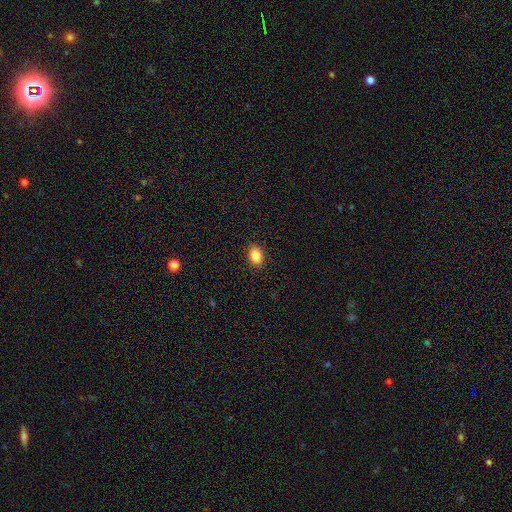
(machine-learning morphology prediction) The model was most divided on "how rounded": in between: 74%, round: 25%, cigar-shaped: 1%. More confident: merging — none (89%); smooth or featured — smooth (86%).